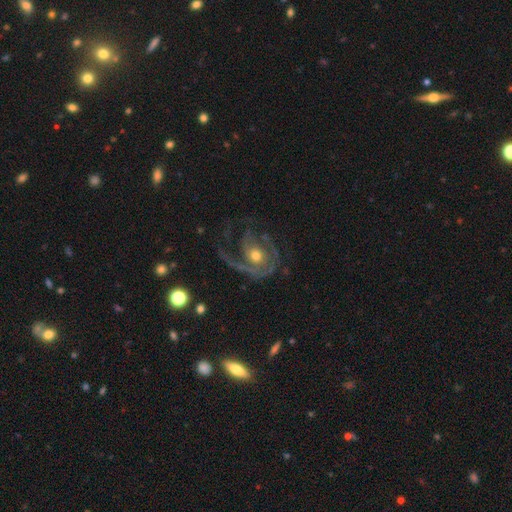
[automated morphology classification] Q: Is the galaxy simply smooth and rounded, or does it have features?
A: featured or disk — 85%.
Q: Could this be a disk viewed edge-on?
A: no — 98%.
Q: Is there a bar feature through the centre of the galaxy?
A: no — 76%.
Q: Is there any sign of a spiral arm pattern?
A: yes — 92%.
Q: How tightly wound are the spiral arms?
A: medium — 41%.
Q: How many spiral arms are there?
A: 1 — 38%.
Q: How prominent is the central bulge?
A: moderate — 69%.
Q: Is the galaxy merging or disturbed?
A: none — 46%.